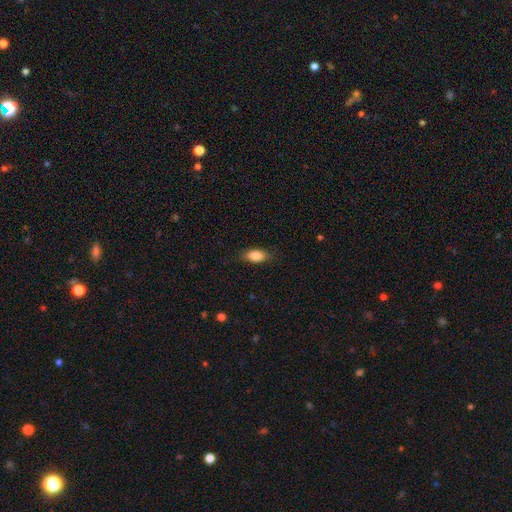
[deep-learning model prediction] Smooth or featured: smooth — 83% (featured or disk — 9%)
How rounded: in between — 86% (cigar-shaped — 9%)
Merging: none — 83% (minor disturbance — 13%)